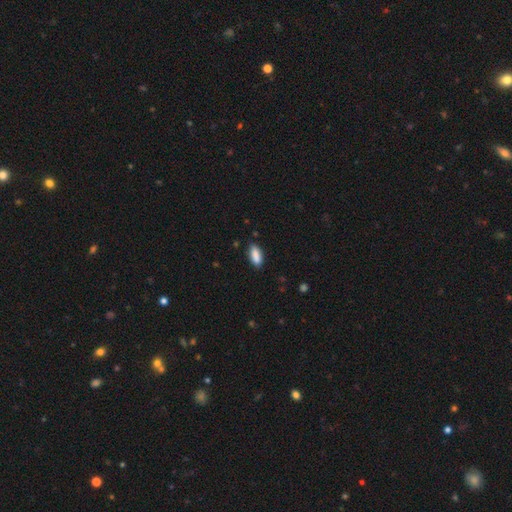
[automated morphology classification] Smooth or featured? smooth (88%)
How rounded? in between (77%)
Merging? none (83%)